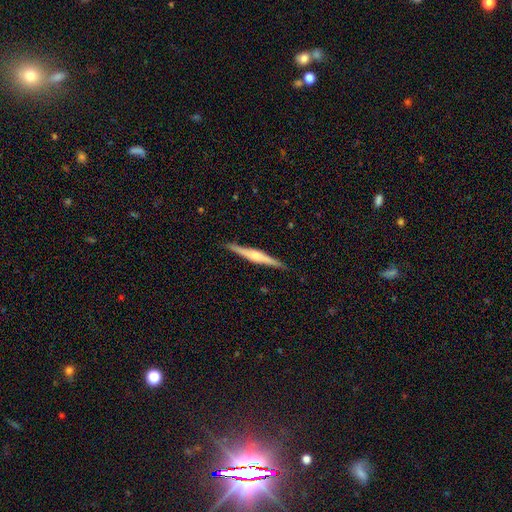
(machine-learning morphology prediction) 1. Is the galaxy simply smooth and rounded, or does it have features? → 73% featured or disk, 22% smooth, 5% star or artifact.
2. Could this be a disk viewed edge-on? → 98% yes, 2% no.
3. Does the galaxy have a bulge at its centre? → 78% rounded, 15% boxy, 7% none.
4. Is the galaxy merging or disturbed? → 91% none, 7% minor disturbance, 1% major disturbance, 1% merger.